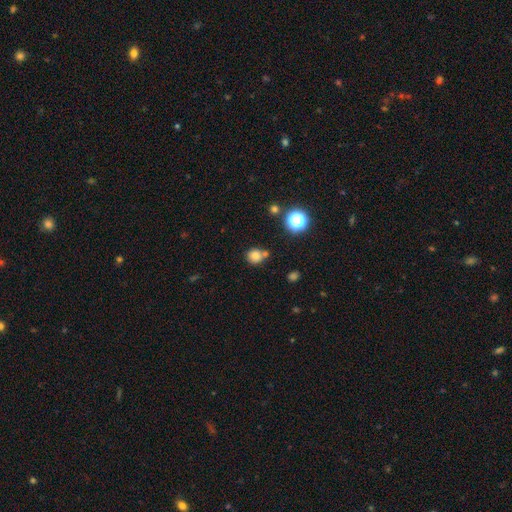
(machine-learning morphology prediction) Q: Smooth or featured?
A: smooth (78%); runner-up: star or artifact (15%)
Q: How rounded?
A: round (84%); runner-up: in between (15%)
Q: Merging?
A: none (59%); runner-up: merger (23%)